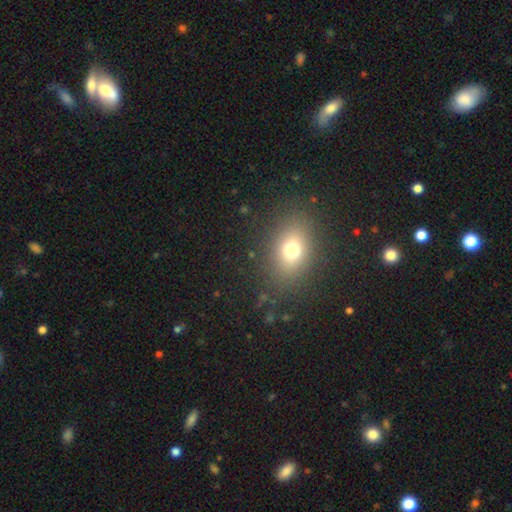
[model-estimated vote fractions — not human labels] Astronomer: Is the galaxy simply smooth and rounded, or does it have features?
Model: smooth — 66%.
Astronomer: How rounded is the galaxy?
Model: in between — 71%.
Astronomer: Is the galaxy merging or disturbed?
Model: none — 88%.